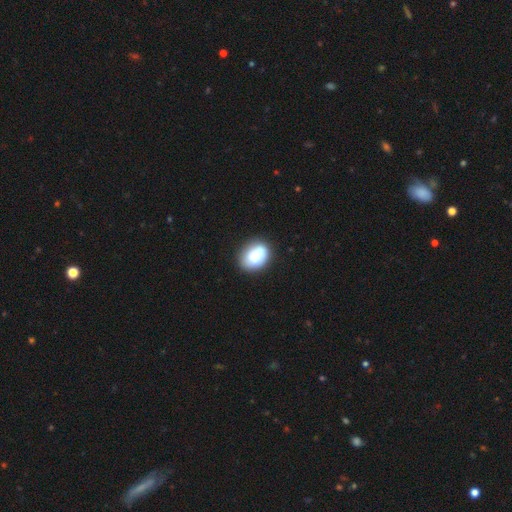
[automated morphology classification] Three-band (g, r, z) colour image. It shows a smooth galaxy with no disk features (80%) that is in between round and cigar-shaped (69%). Merging: none (78%).